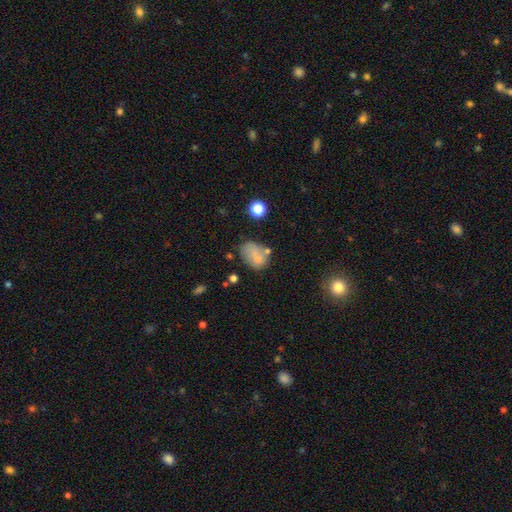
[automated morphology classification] Q: Smooth or featured?
A: smooth (72%); runner-up: featured or disk (16%)
Q: How rounded?
A: in between (75%); runner-up: round (24%)
Q: Merging?
A: none (50%); runner-up: minor disturbance (24%)